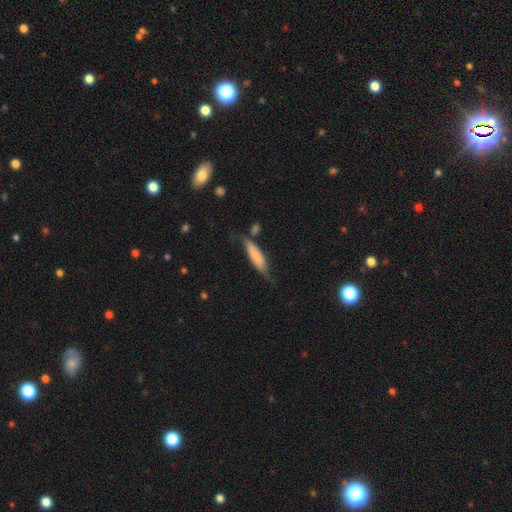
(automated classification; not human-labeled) The model was most divided on "merging": none: 52%, minor disturbance: 32%, major disturbance: 11%, merger: 6%. More confident: smooth or featured — smooth (68%); how rounded — cigar-shaped (65%).